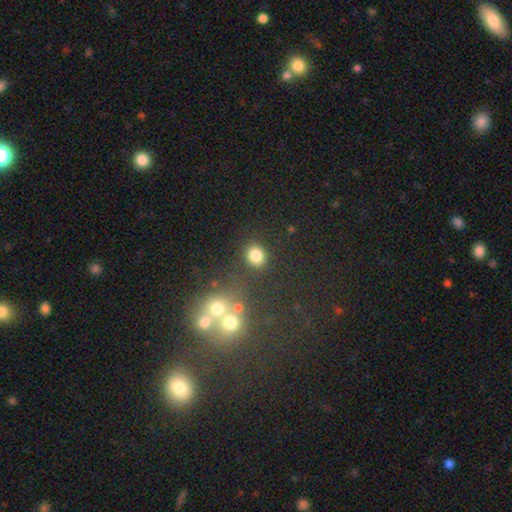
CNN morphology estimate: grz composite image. It shows a smooth galaxy with no disk features (81%) that is round (64%). Merging: none (82%).